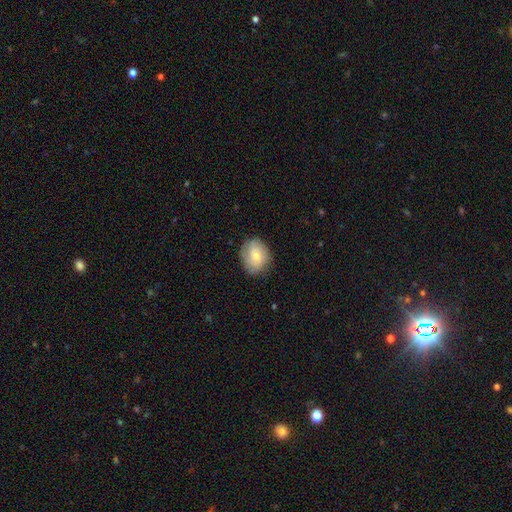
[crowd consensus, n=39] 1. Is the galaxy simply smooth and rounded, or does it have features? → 51% smooth, 38% featured or disk, 10% star or artifact.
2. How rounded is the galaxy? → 65% round, 35% in between, 0% cigar-shaped.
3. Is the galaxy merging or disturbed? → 74% none, 14% major disturbance, 11% minor disturbance, 0% merger.